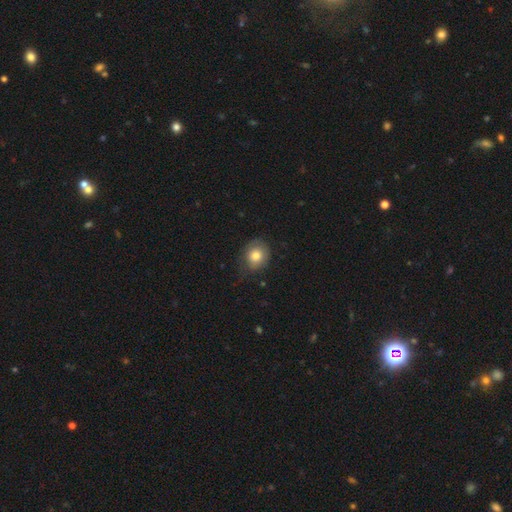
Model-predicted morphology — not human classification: Smooth or featured? Predicted: smooth (p=0.76). How rounded? Predicted: round (p=0.65). Merging? Predicted: none (p=0.63).